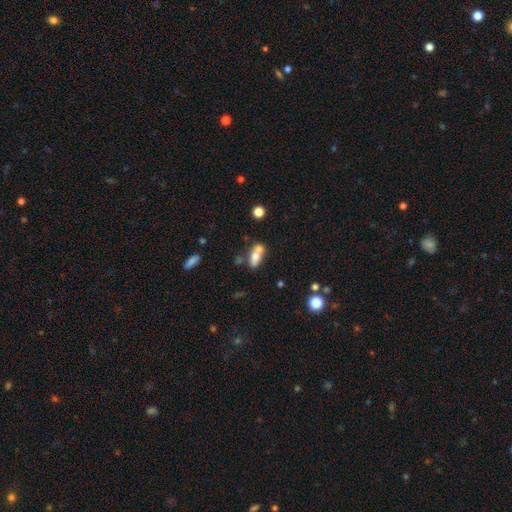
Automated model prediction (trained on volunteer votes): smooth_or_featured: smooth (p=0.66) [alt: featured or disk p=0.24]
how_rounded: in between (p=0.75) [alt: round p=0.14]
merging: merger (p=0.55) [alt: none p=0.30]